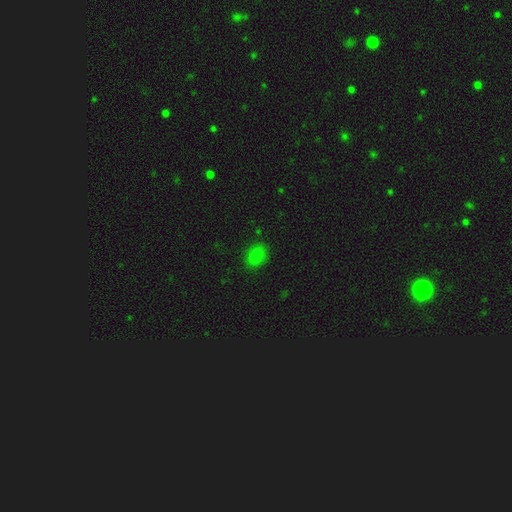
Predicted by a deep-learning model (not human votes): A smooth galaxy with no disk features (76%) that is in between round and cigar-shaped (64%).

Vote fractions:
- Smooth or featured? smooth: 76% / star or artifact: 19% / featured or disk: 5%
- How rounded? in between: 64% / round: 34% / cigar-shaped: 2%
- Merging? none: 78% / minor disturbance: 16% / major disturbance: 4% / merger: 2%